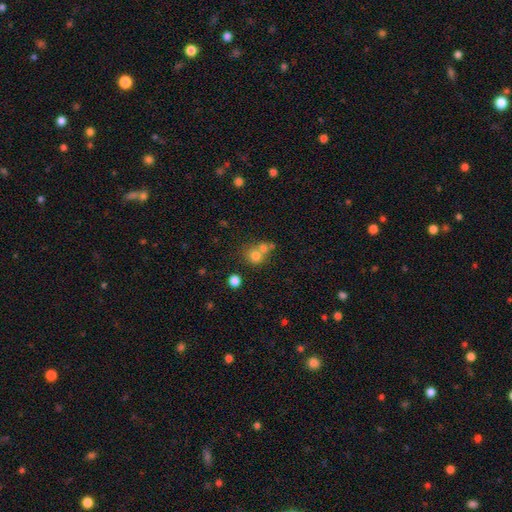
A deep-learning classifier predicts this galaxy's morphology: Smooth or featured? smooth (72%)
How rounded? round (81%)
Merging? merger (49%)